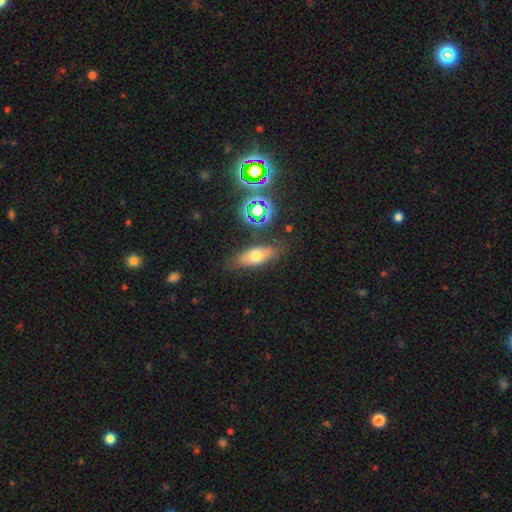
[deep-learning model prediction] smooth-or-featured: smooth: 58% | featured or disk: 26% | star or artifact: 16%
  how-rounded: in between: 73% | cigar-shaped: 20% | round: 6%
  merging: none: 78% | minor disturbance: 15% | major disturbance: 5% | merger: 3%